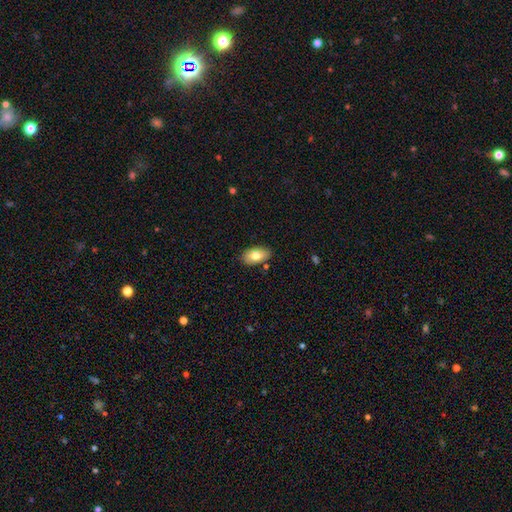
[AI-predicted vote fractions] Smooth or featured?
  - smooth: 78% *
  - featured or disk: 15%
  - star or artifact: 7%
How rounded?
  - in between: 93% *
  - round: 5%
  - cigar-shaped: 2%
Merging?
  - none: 85% *
  - minor disturbance: 11%
  - major disturbance: 2%
  - merger: 2%